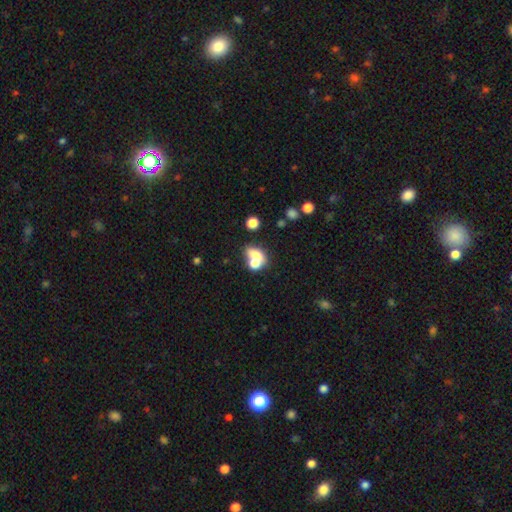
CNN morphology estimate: This appears to be a smooth galaxy with no disk features (67%) that is in between round and cigar-shaped (62%). Merging: merger (56%).